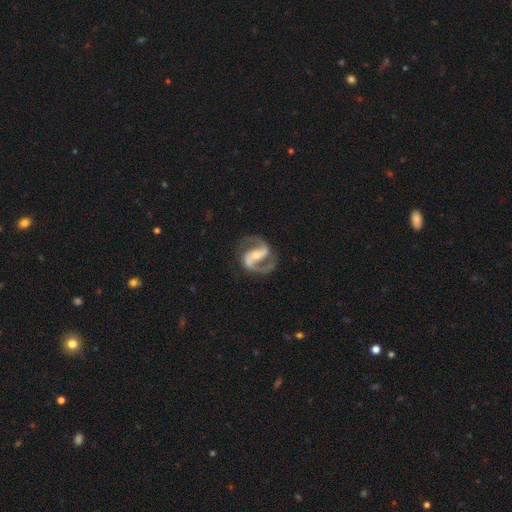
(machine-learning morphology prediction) A featured or disk galaxy (92%) with a strong bar (53%), 2 (94%) medium (63%) spiral arms (98%) and a small central bulge (48%).

Vote fractions:
- Smooth or featured? featured or disk: 92% / smooth: 4% / star or artifact: 4%
- Edge-on disk? no: 98% / yes: 2%
- Bar? strong: 53% / weak: 30% / no: 17%
- Spiral arms? yes: 98% / no: 2%
- Spiral winding? medium: 63% / loose: 19% / tight: 18%
- Spiral arm count? 2: 94% / 1: 2% / can't tell: 2% / 3: 1% / 4: 1% / more than 4: 1%
- Bulge size? small: 48% / moderate: 43% / large: 4% / none: 4% / dominant: 1%
- Merging? none: 81% / minor disturbance: 12% / major disturbance: 6% / merger: 1%